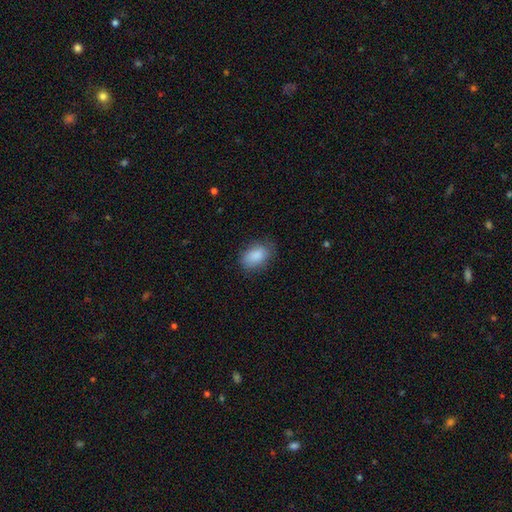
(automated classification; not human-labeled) A smooth galaxy with no disk features (88%) that is in between round and cigar-shaped (86%). Merging: none (77%).